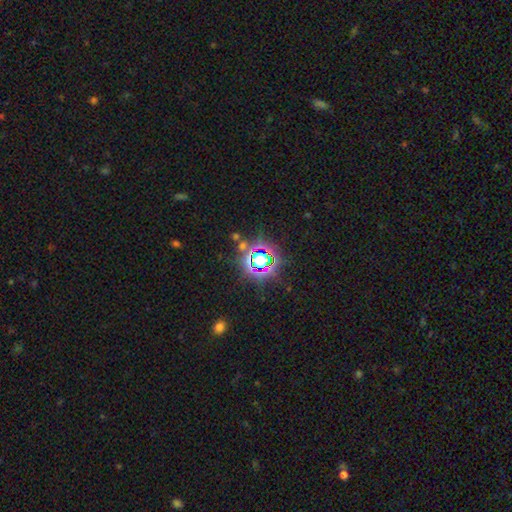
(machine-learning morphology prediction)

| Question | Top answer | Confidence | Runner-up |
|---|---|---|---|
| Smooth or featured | star or artifact | 78% | smooth (14%) |